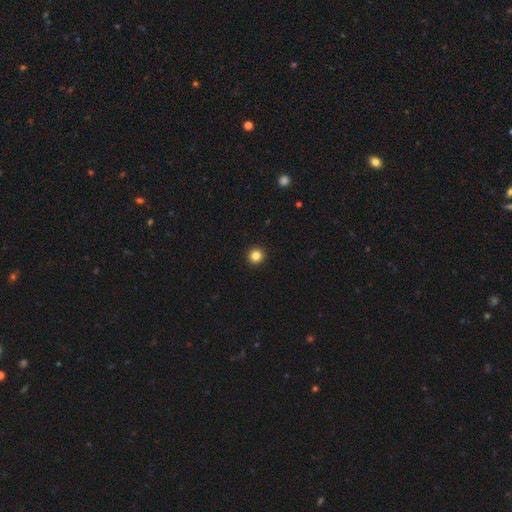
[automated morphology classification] Smooth or featured: smooth — 84% (star or artifact — 12%)
How rounded: round — 96% (in between — 3%)
Merging: none — 94% (minor disturbance — 4%)